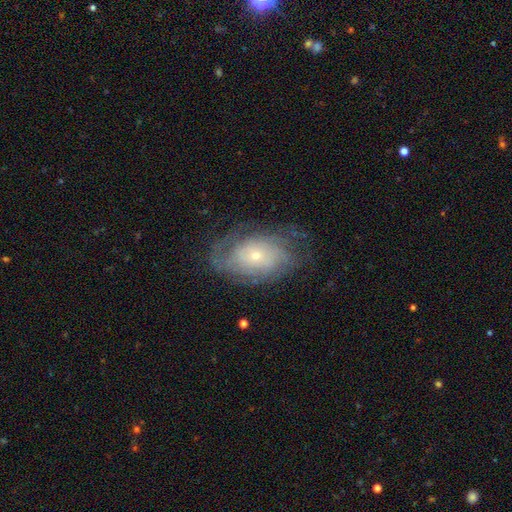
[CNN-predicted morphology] Smooth or featured? featured or disk (75%)
Edge-on disk? no (95%)
Bar? no (80%)
Spiral arms? yes (88%)
Spiral winding? tight (63%)
Spiral arm count? can't tell (51%)
Bulge size? small (72%)
Merging? none (69%)